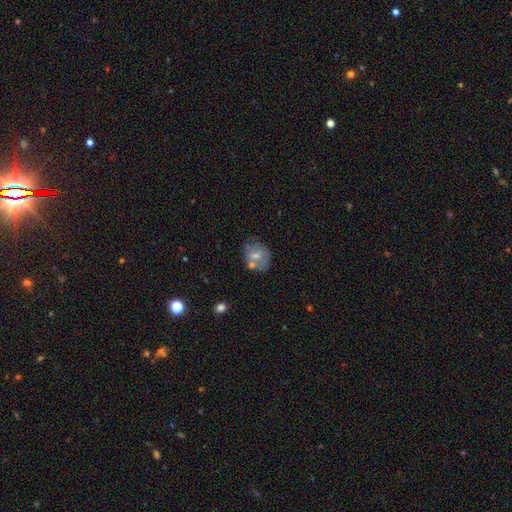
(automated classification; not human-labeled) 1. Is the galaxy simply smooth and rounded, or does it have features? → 44% featured or disk, 43% smooth, 13% star or artifact.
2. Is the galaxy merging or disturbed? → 60% none, 19% minor disturbance, 14% merger, 7% major disturbance.